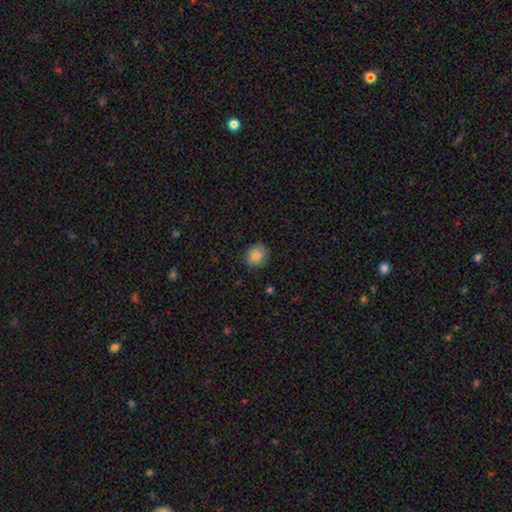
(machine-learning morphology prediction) Q: Smooth or featured?
A: smooth (85%); runner-up: star or artifact (9%)
Q: How rounded?
A: round (83%); runner-up: in between (16%)
Q: Merging?
A: none (85%); runner-up: minor disturbance (12%)